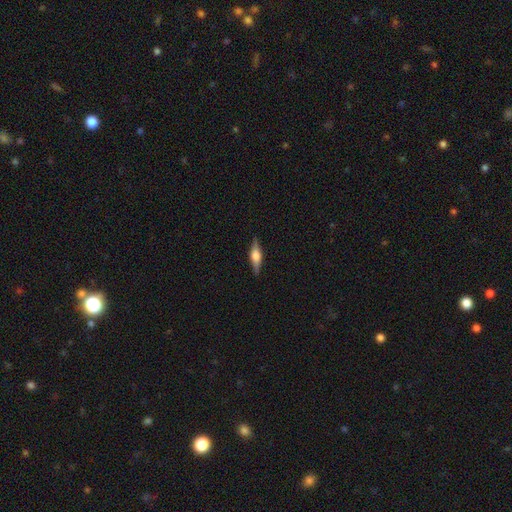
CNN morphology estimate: The model was most divided on "smooth or featured": featured or disk: 67%, smooth: 27%, star or artifact: 6%. More confident: edge-on disk — yes (96%); merging — none (89%); edge-on bulge — rounded (86%).